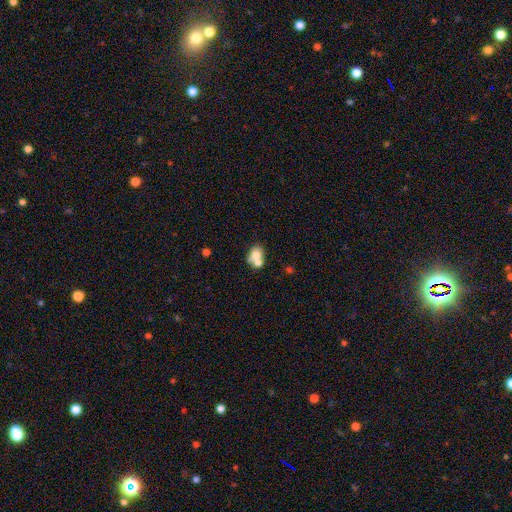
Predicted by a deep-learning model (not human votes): Smooth or featured: smooth — 70% (featured or disk — 20%)
How rounded: in between — 50% (round — 49%)
Merging: merger — 54% (none — 33%)